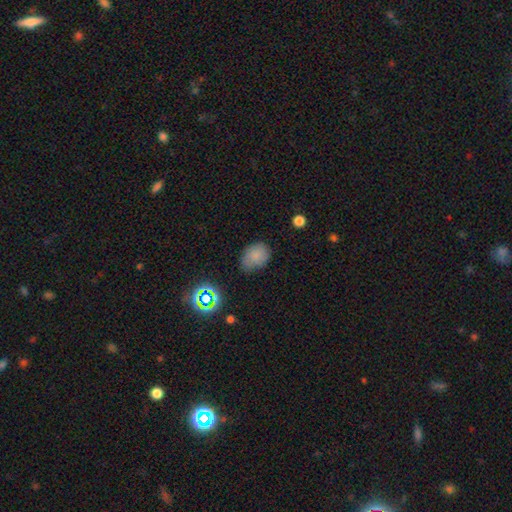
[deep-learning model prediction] smooth 78%, star or artifact 13%, featured or disk 9%. Down the decision tree: how rounded — in between (70%); merging — none (66%).